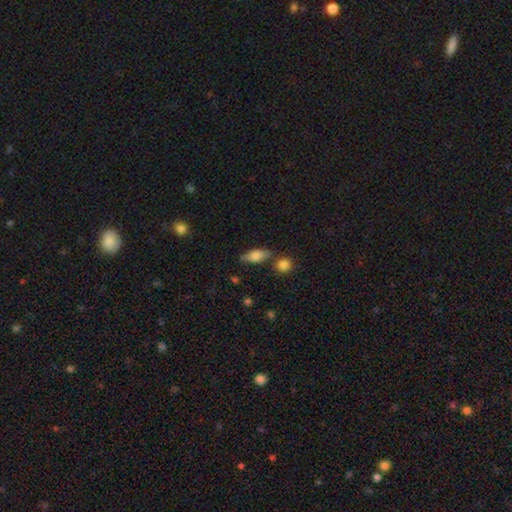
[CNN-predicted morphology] Smooth or featured: smooth — 70% (featured or disk — 23%)
How rounded: in between — 74% (cigar-shaped — 22%)
Merging: none — 73% (minor disturbance — 15%)